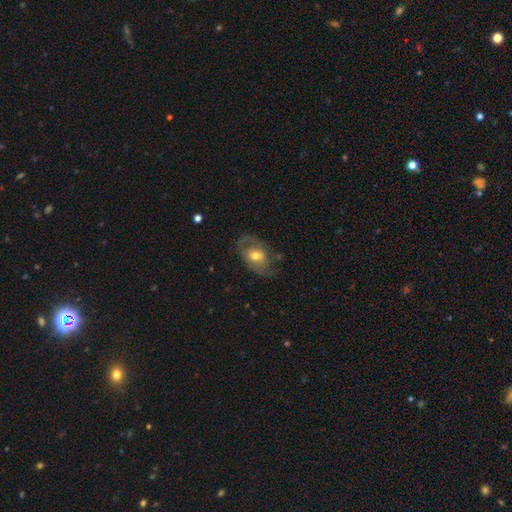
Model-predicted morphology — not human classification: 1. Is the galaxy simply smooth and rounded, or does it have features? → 65% featured or disk, 28% smooth, 7% star or artifact.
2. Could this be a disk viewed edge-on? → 95% no, 5% yes.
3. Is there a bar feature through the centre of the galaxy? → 54% no, 36% weak, 10% strong.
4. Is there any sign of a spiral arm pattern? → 75% yes, 25% no.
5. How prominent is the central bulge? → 69% moderate, 21% small, 8% large, 1% none, 1% dominant.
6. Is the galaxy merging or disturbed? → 64% none, 21% minor disturbance, 14% major disturbance, 2% merger.